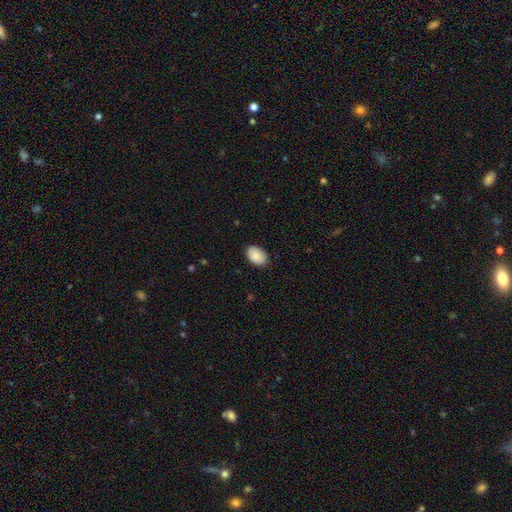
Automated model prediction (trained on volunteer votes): This is clearly a smooth galaxy (89%). How rounded: clearly in between (87%). Merging: clearly none (86%).